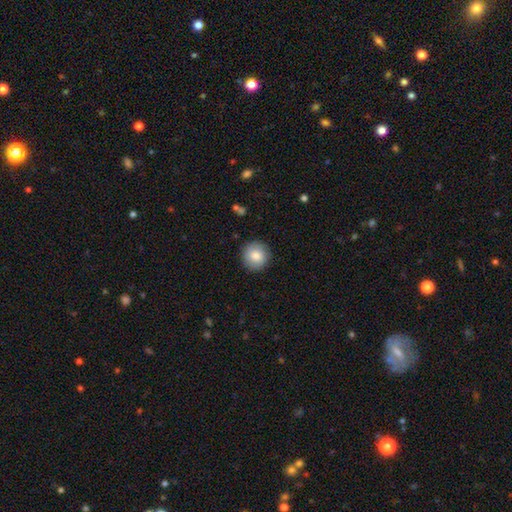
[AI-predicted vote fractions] Morphology: type=smooth (81%); roundness=round (93%); merging=none (89%).